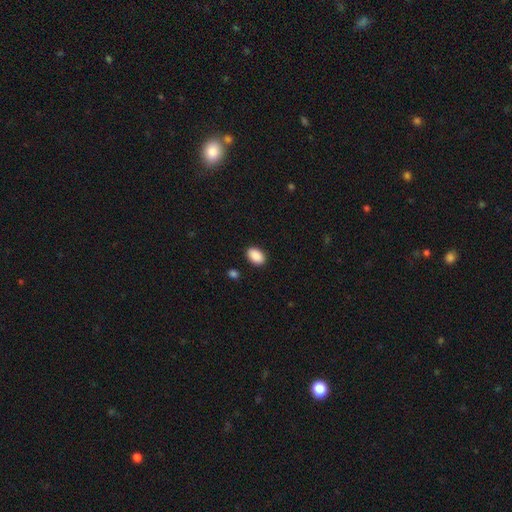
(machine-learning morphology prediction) Smooth or featured? smooth (91%)
How rounded? in between (87%)
Merging? none (89%)